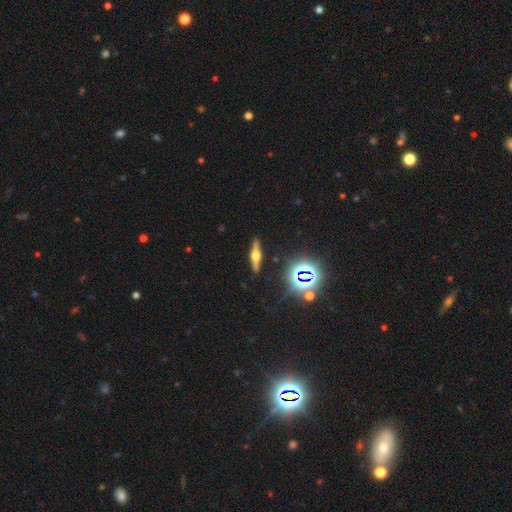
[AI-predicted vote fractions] Overall: featured or disk (66%). Edge-on disk: yes (96%). Edge-on bulge: rounded (92%). Merging: none (89%).